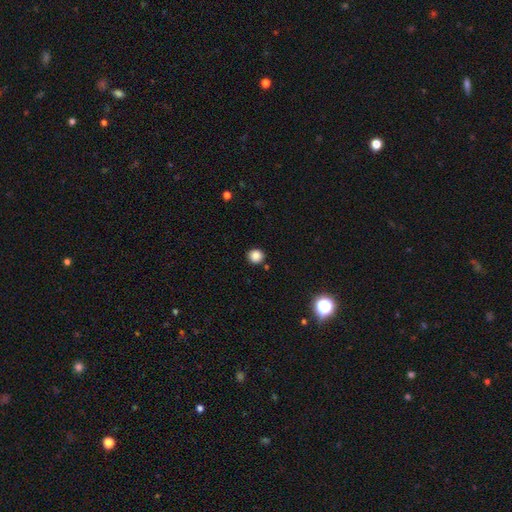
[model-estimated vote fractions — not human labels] Smooth or featured? Predicted: smooth (p=0.86). How rounded? Predicted: round (p=0.90). Merging? Predicted: none (p=0.88).